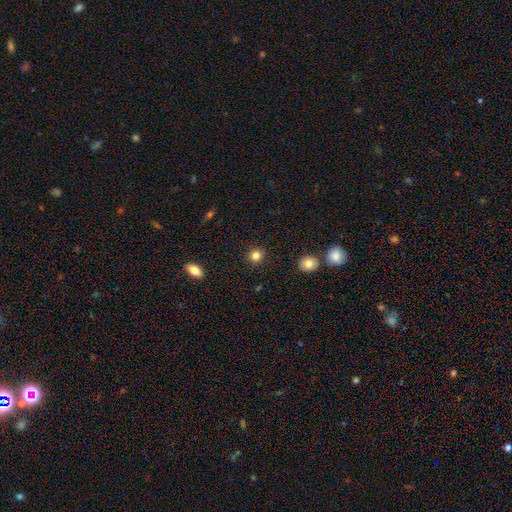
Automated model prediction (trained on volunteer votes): smooth-or-featured: smooth: 84% | star or artifact: 11% | featured or disk: 5%
  how-rounded: round: 89% | in between: 10% | cigar-shaped: 1%
  merging: none: 91% | minor disturbance: 5% | major disturbance: 2% | merger: 1%